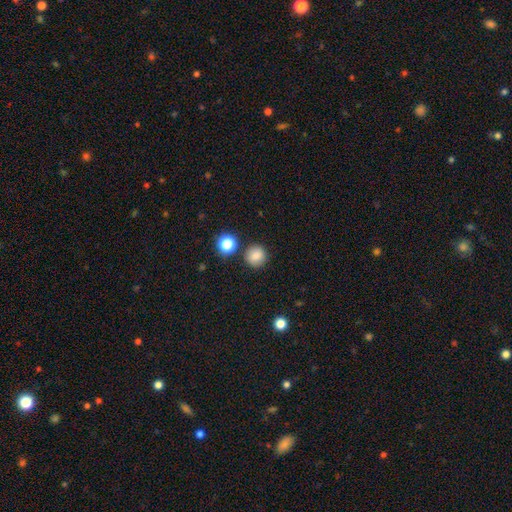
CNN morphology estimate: Smooth or featured? Predicted: smooth (p=0.84). How rounded? Predicted: round (p=0.93). Merging? Predicted: none (p=0.86).